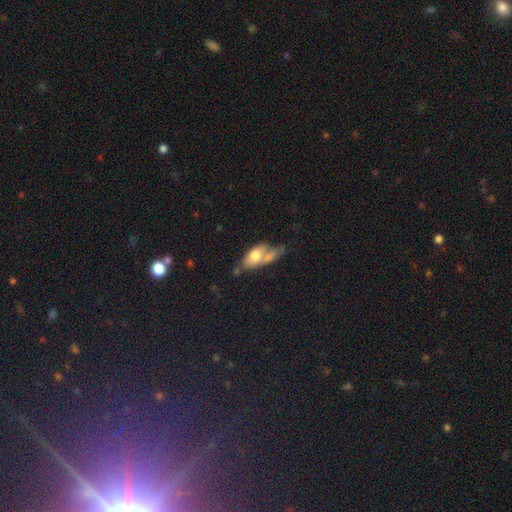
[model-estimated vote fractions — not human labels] smooth_or_featured: smooth (p=0.63) [alt: featured or disk p=0.30]
how_rounded: in between (p=0.84) [alt: cigar-shaped p=0.11]
merging: merger (p=0.46) [alt: none p=0.24]